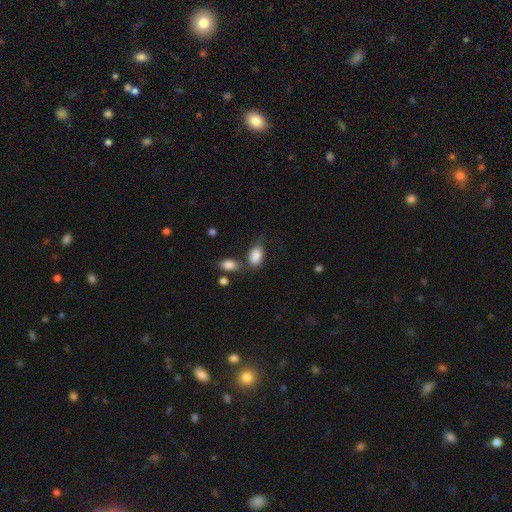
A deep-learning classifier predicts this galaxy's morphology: Smooth or featured?
  - smooth: 87% *
  - star or artifact: 7%
  - featured or disk: 6%
How rounded?
  - in between: 90% *
  - round: 8%
  - cigar-shaped: 2%
Merging?
  - none: 53% *
  - minor disturbance: 22%
  - merger: 16%
  - major disturbance: 8%